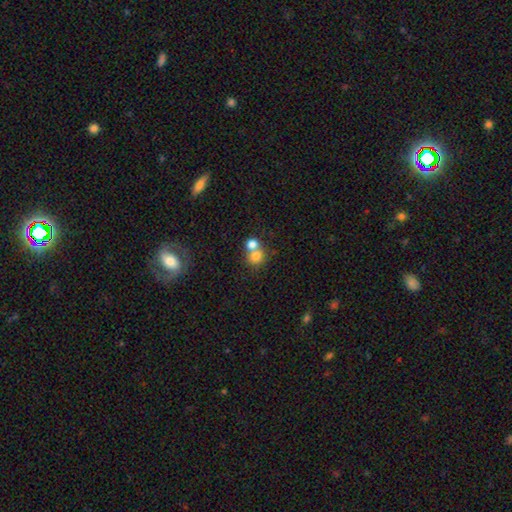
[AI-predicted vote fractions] Morphology: type=smooth (77%); roundness=round (81%); merging=merger (53%).